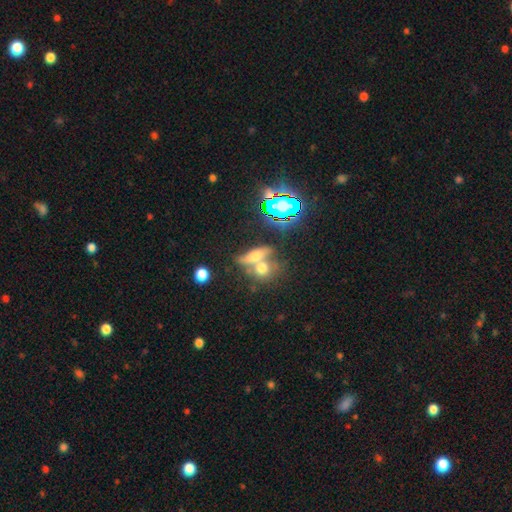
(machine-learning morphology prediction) type=smooth (53%); roundness=in between (47%); merging=merger (48%).